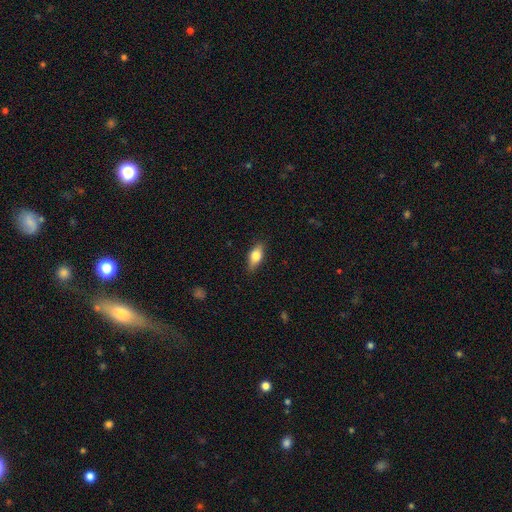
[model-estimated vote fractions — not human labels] Smooth or featured? Predicted: smooth (p=0.73). How rounded? Predicted: in between (p=0.81). Merging? Predicted: none (p=0.85).